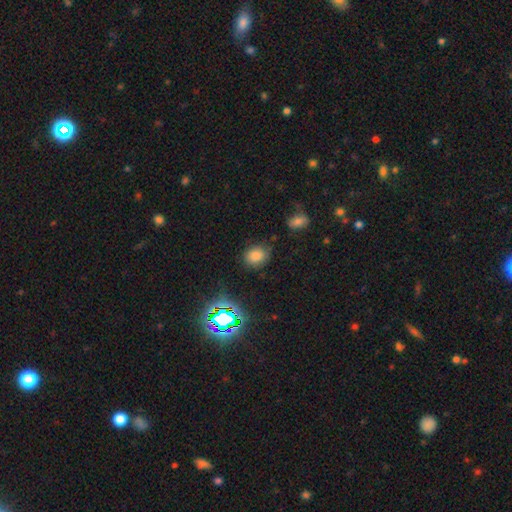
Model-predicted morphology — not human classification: Overall: smooth (75%). How rounded: in between (50%; round 49%). Merging: none (74%).